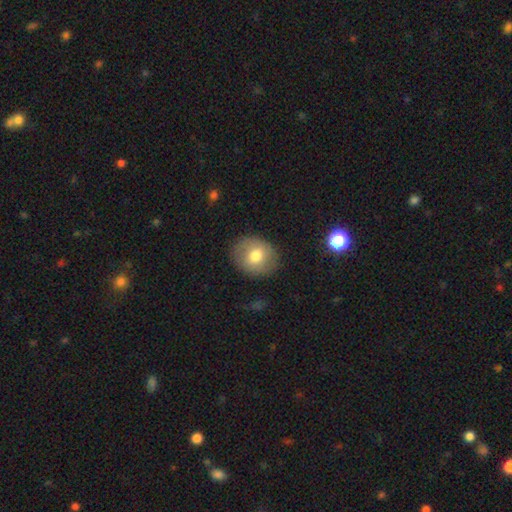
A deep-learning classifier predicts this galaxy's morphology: smooth-or-featured: smooth: 71% | featured or disk: 21% | star or artifact: 8%
  how-rounded: round: 65% | in between: 34% | cigar-shaped: 1%
  merging: none: 84% | minor disturbance: 11% | major disturbance: 4% | merger: 1%